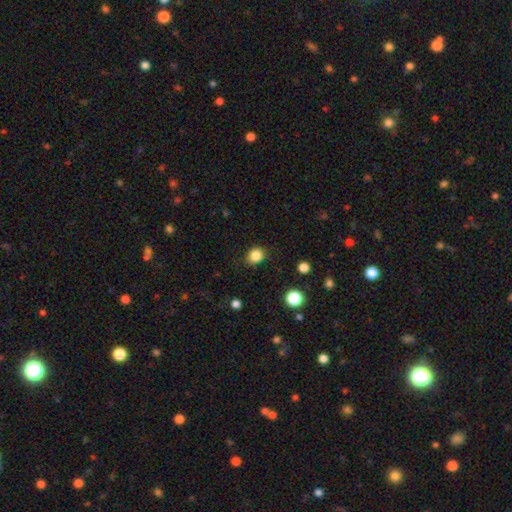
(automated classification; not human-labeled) A smooth galaxy with no disk features (85%) that is round (62%). Merging: none (85%).